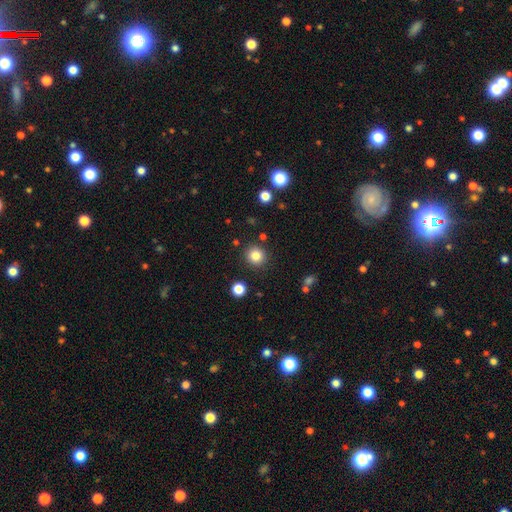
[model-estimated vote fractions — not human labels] Smooth or featured: smooth — 83% (star or artifact — 12%)
How rounded: round — 92% (in between — 7%)
Merging: none — 88% (minor disturbance — 7%)